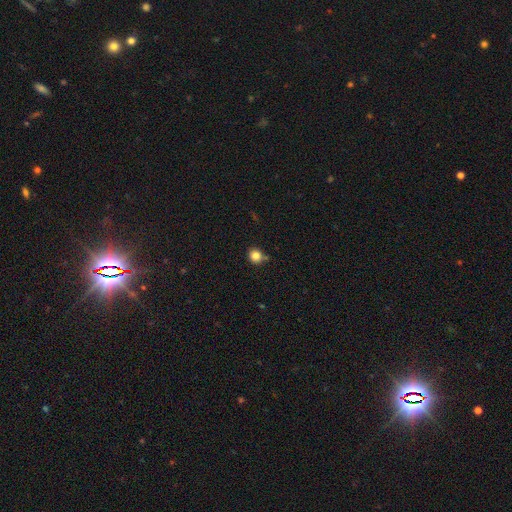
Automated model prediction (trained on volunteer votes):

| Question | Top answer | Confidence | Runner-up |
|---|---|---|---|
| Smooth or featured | smooth | 84% | star or artifact (11%) |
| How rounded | round | 87% | in between (12%) |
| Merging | none | 74% | minor disturbance (15%) |